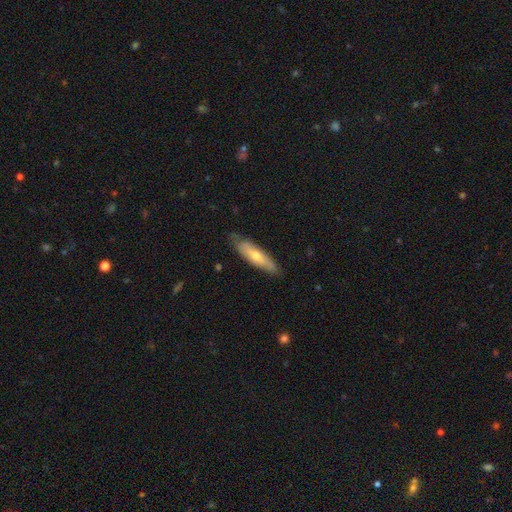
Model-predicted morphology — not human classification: Q: Smooth or featured?
A: smooth (54%); runner-up: featured or disk (40%)
Q: How rounded?
A: cigar-shaped (68%); runner-up: in between (30%)
Q: Merging?
A: none (79%); runner-up: minor disturbance (17%)